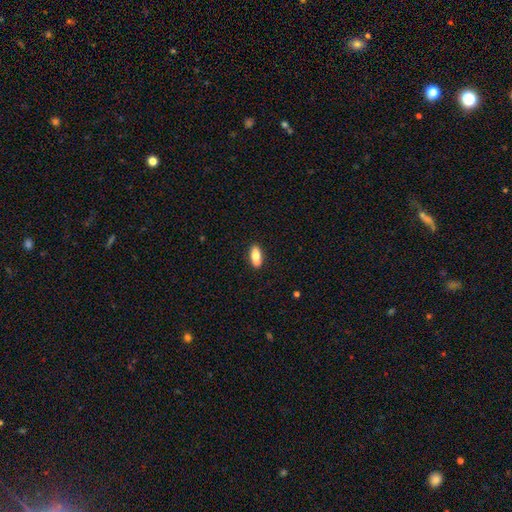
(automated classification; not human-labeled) Smooth or featured? smooth (78%)
How rounded? in between (81%)
Merging? none (89%)